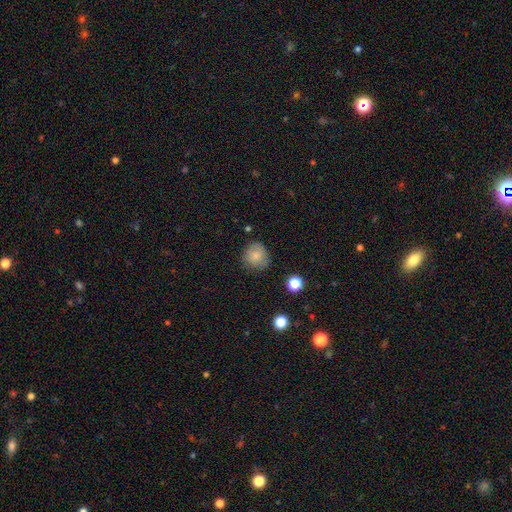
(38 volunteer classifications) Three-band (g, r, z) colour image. It shows a smooth galaxy with no disk features (87%) that is round (85%). Merging: none (81%).